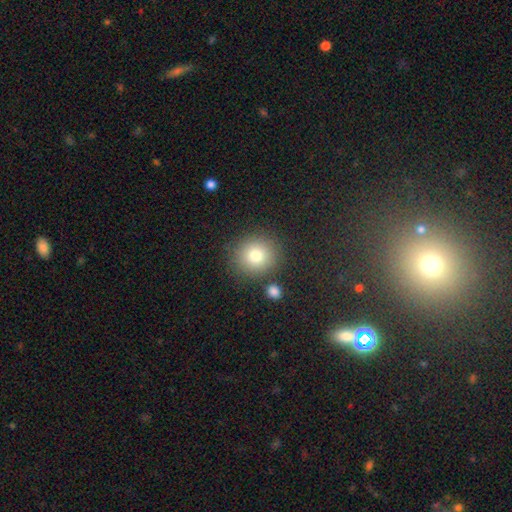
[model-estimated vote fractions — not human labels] Smooth or featured: smooth — 79% (star or artifact — 12%)
How rounded: round — 90% (in between — 9%)
Merging: none — 82% (minor disturbance — 8%)